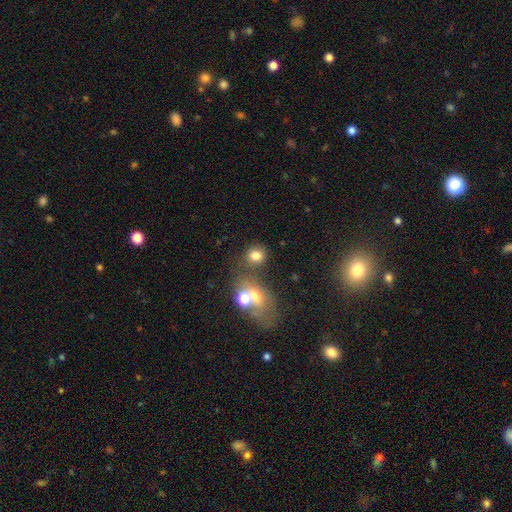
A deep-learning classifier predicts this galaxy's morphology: Q: Smooth or featured?
A: smooth (76%); runner-up: star or artifact (15%)
Q: How rounded?
A: round (74%); runner-up: in between (25%)
Q: Merging?
A: none (60%); runner-up: merger (20%)